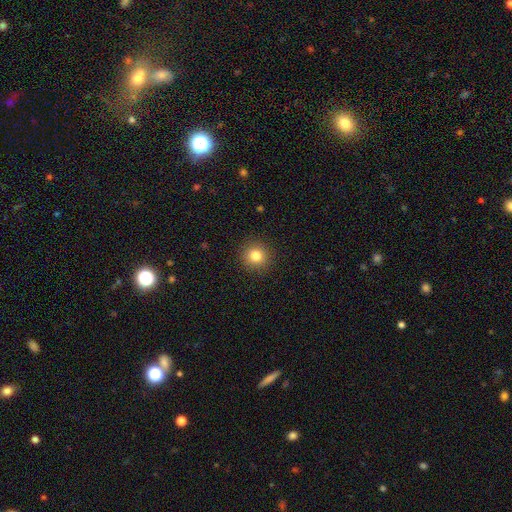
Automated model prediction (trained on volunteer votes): Overall: smooth (82%). How rounded: round (92%). Merging: none (91%).